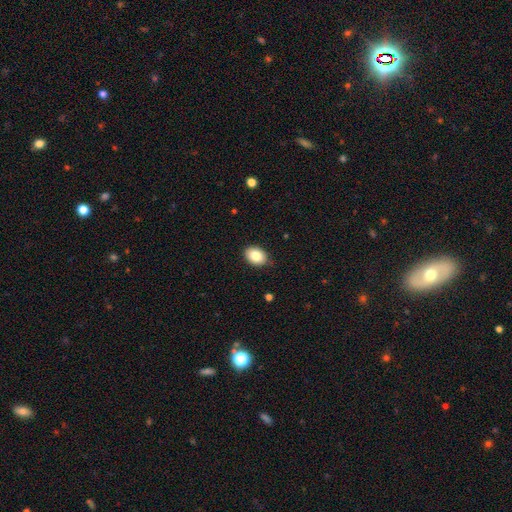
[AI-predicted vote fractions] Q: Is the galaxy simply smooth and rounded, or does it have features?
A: smooth — 84%.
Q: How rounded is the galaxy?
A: in between — 75%.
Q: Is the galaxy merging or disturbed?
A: none — 84%.